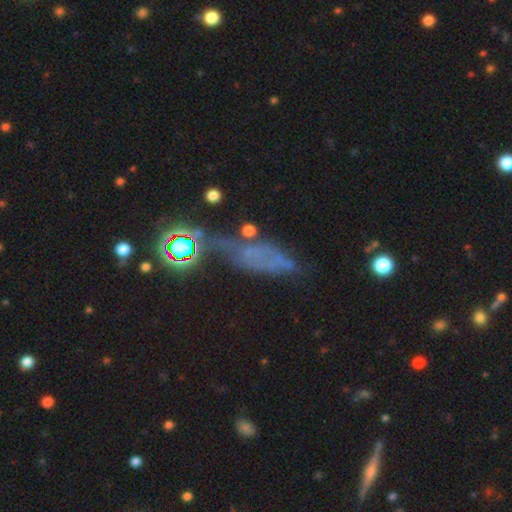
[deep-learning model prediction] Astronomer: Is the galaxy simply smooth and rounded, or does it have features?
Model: smooth — 37% (runner-up: featured or disk, 32%).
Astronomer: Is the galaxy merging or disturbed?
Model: none — 38% (runner-up: major disturbance, 26%).